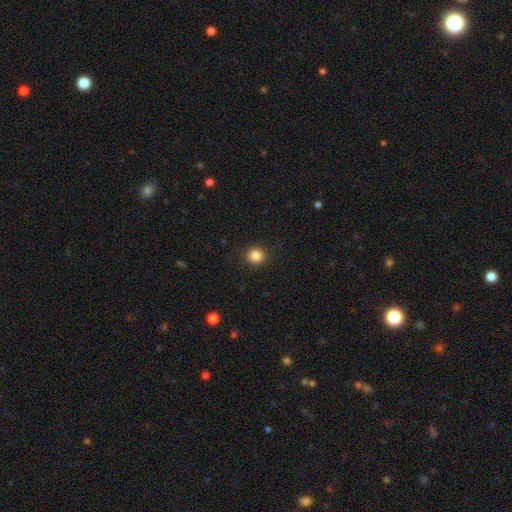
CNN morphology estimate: type=smooth (85%); roundness=round (92%); merging=none (91%).